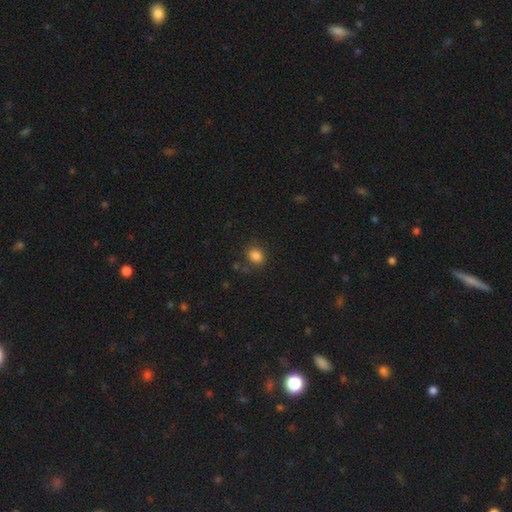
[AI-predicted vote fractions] Morphology: type=smooth (84%); roundness=round (52%); merging=none (80%).